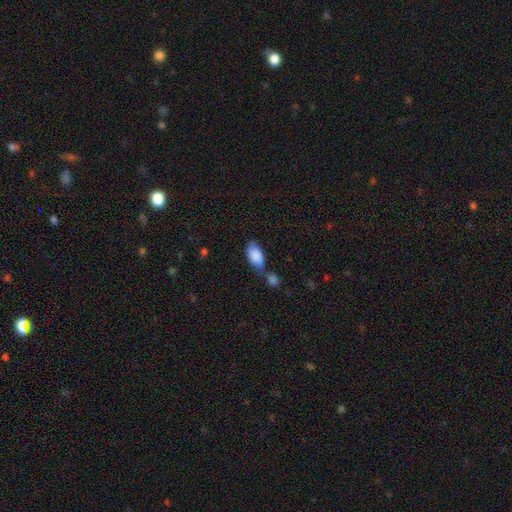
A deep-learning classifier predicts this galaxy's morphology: smooth-or-featured: smooth: 86% | featured or disk: 8% | star or artifact: 7%
  how-rounded: in between: 93% | round: 4% | cigar-shaped: 3%
  merging: none: 40% | merger: 33% | minor disturbance: 20% | major disturbance: 8%